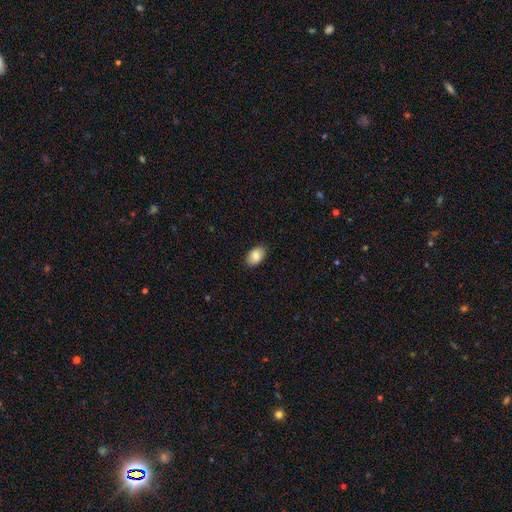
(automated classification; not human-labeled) This is clearly a smooth galaxy (85%). How rounded: clearly in between (91%). Merging: clearly none (88%).